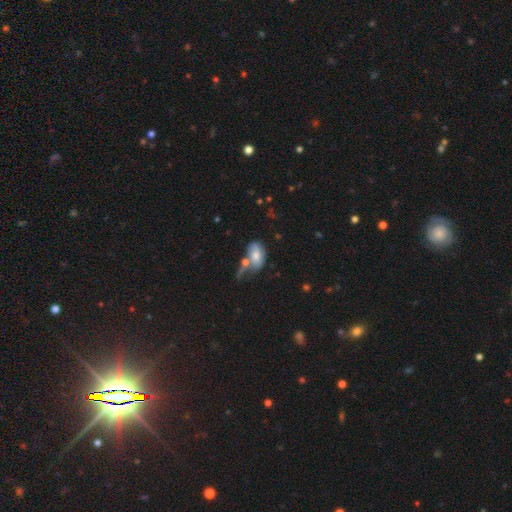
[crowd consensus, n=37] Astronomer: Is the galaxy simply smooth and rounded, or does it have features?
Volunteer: smooth — 65%.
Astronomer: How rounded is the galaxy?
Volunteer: in between — 96%.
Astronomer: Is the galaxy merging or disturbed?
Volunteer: none — 29% (runner-up: minor disturbance, 26%).